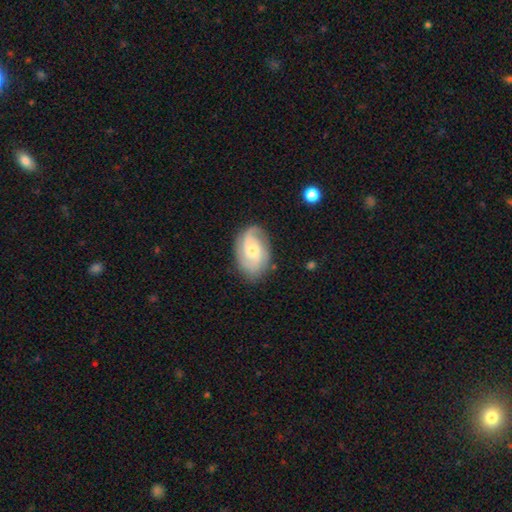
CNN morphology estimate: This appears to be a featured or disk galaxy (77%) with no bar (62%), 2 (54%) medium (44%) spiral arms (95%) and a small central bulge (46%). Merging: none (78%).